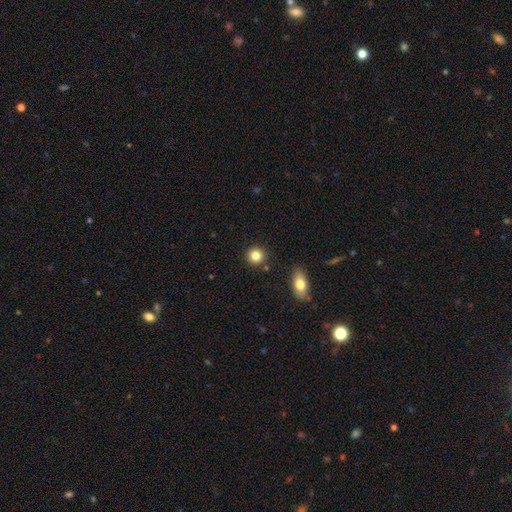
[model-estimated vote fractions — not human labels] Overall: smooth (84%). How rounded: round (92%). Merging: none (87%).